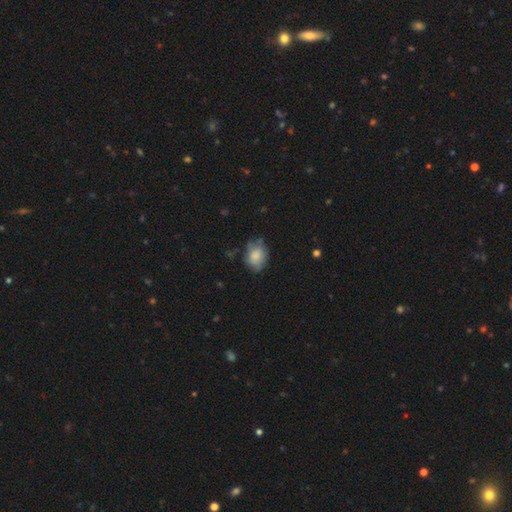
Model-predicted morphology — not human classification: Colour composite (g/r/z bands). It shows a smooth galaxy with no disk features (75%) that is in between round and cigar-shaped (66%). Merging: none (55%).